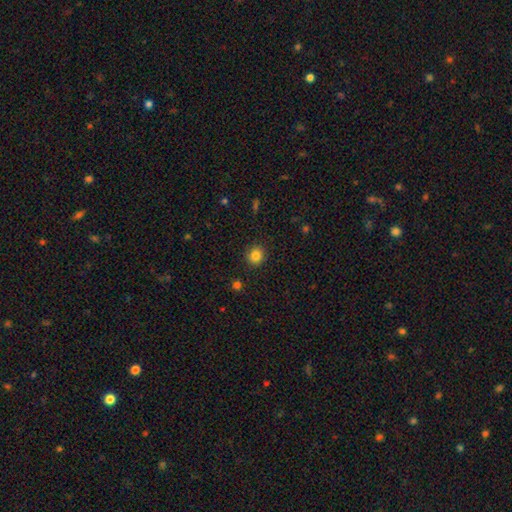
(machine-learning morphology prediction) Overall: smooth (83%). How rounded: round (87%). Merging: none (90%).